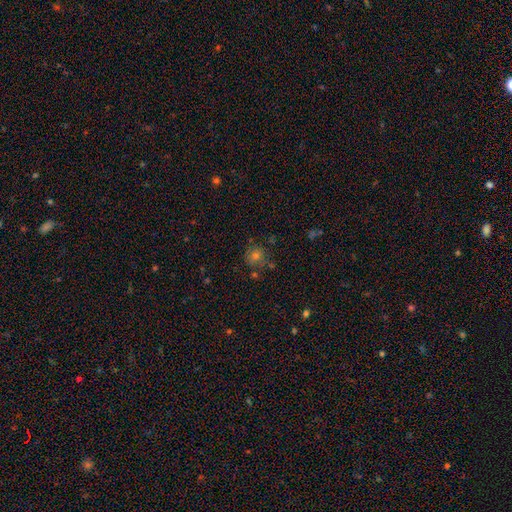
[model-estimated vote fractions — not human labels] smooth 64%, star or artifact 24%, featured or disk 13%. Down the decision tree: how rounded — round (88%); merging — none (77%).